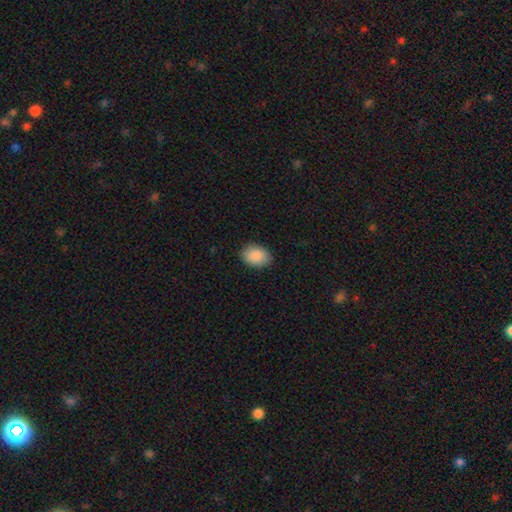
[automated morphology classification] A smooth galaxy with no disk features (90%) that is in between round and cigar-shaped (75%).

Vote fractions:
- Smooth or featured? smooth: 90% / star or artifact: 7% / featured or disk: 4%
- How rounded? in between: 75% / round: 24% / cigar-shaped: 1%
- Merging? none: 87% / minor disturbance: 10% / major disturbance: 2% / merger: 1%